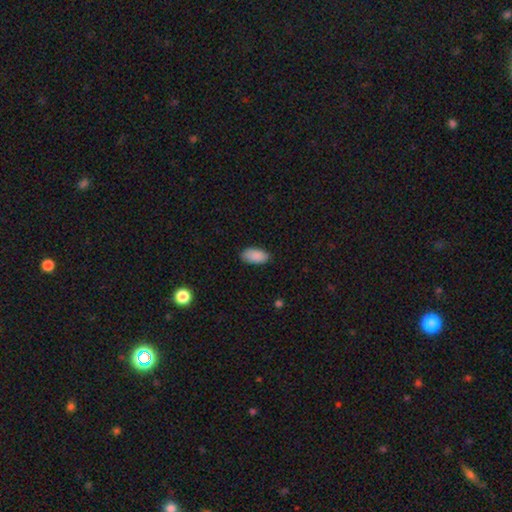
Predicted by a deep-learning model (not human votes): The model was most divided on "merging": none: 85%, minor disturbance: 12%, major disturbance: 2%, merger: 1%. More confident: how rounded — in between (94%); smooth or featured — smooth (90%).